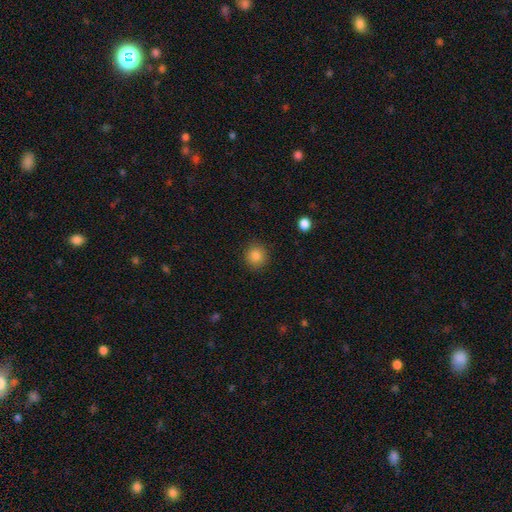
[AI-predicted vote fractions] This is clearly a smooth galaxy (84%). How rounded: clearly round (91%). Merging: clearly none (90%).